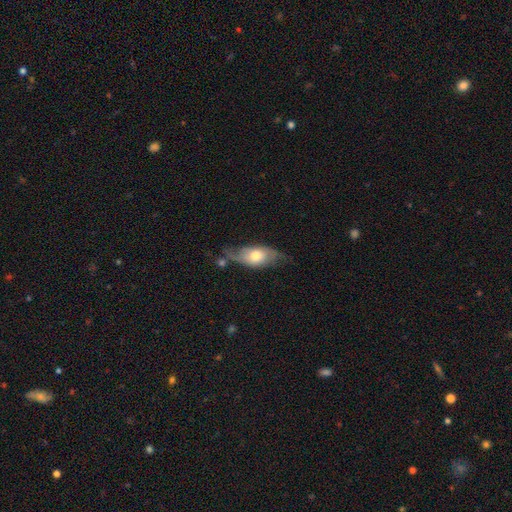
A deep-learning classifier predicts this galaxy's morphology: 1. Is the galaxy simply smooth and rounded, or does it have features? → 47% smooth, 46% featured or disk, 7% star or artifact.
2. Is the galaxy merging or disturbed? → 44% none, 30% minor disturbance, 18% major disturbance, 8% merger.